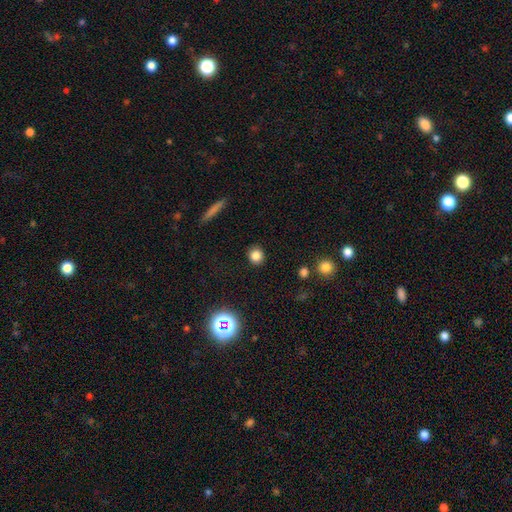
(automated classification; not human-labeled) The model was most divided on "smooth or featured": smooth: 81%, star or artifact: 13%, featured or disk: 5%. More confident: merging — none (90%); how rounded — round (87%).